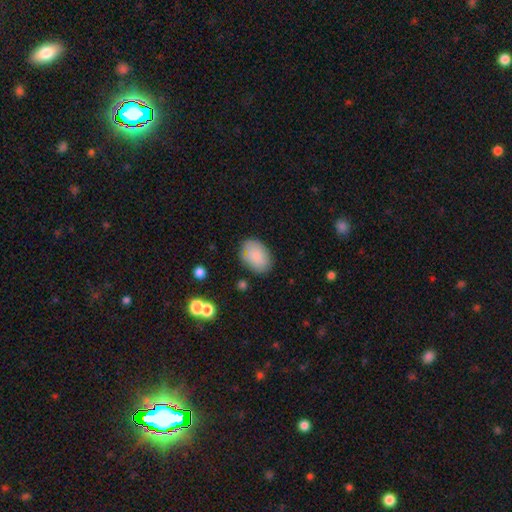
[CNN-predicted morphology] A smooth galaxy with no disk features (83%) that is in between round and cigar-shaped (83%).

Vote fractions:
- Smooth or featured? smooth: 83% / featured or disk: 10% / star or artifact: 7%
- How rounded? in between: 83% / round: 16% / cigar-shaped: 1%
- Merging? none: 80% / minor disturbance: 15% / major disturbance: 4% / merger: 2%